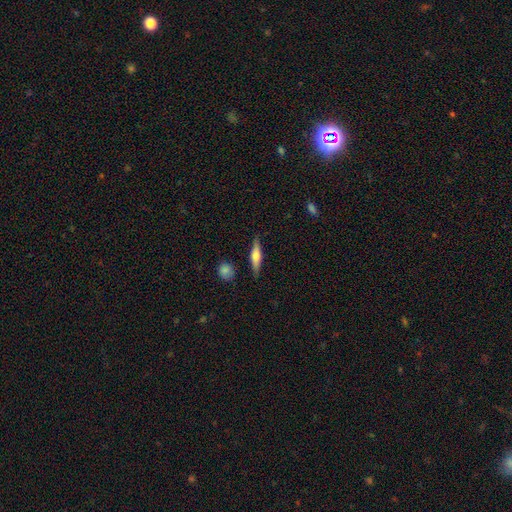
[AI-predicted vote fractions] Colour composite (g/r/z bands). It shows a featured or disk galaxy (53%) viewed edge-on (96%) with a rounded central bulge (85%). Merging: none (87%).